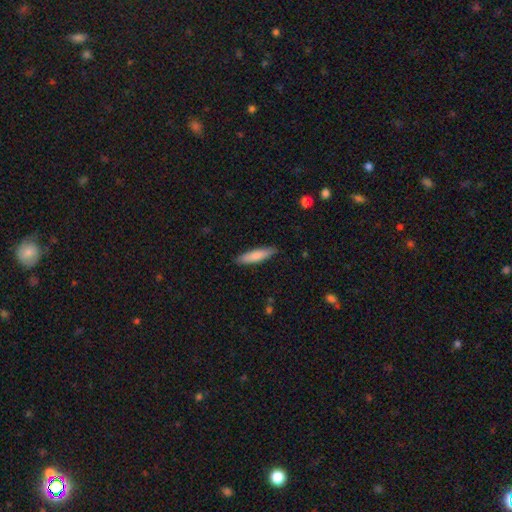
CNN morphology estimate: Smooth or featured?
  - smooth: 80% *
  - featured or disk: 15%
  - star or artifact: 5%
How rounded?
  - cigar-shaped: 76% *
  - in between: 23%
  - round: 1%
Merging?
  - none: 88% *
  - minor disturbance: 9%
  - major disturbance: 2%
  - merger: 1%